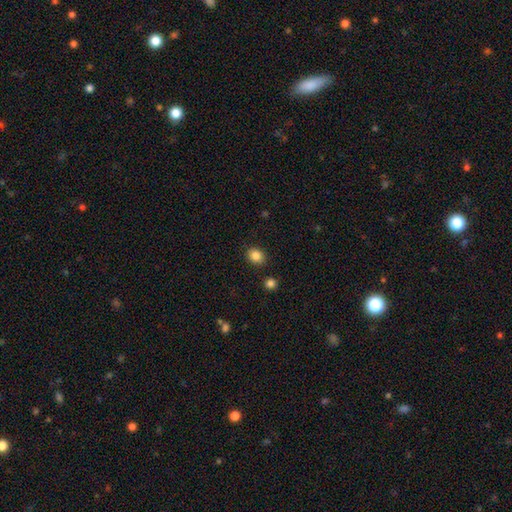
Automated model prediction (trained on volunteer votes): smooth 86%, star or artifact 10%, featured or disk 4%. Down the decision tree: how rounded — round (52%); merging — none (87%).